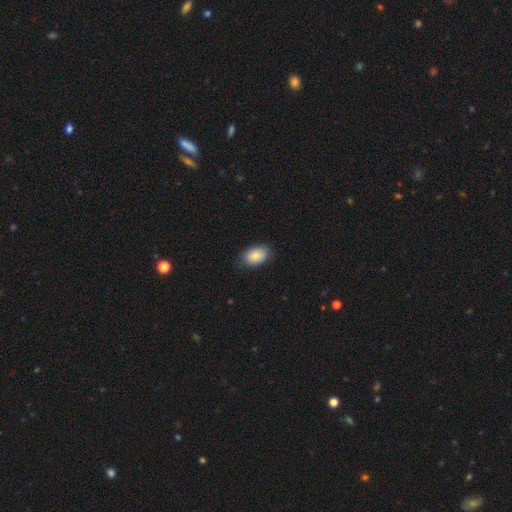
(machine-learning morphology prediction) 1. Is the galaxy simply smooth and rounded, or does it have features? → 87% smooth, 7% star or artifact, 6% featured or disk.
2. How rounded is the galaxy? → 88% in between, 11% round, 1% cigar-shaped.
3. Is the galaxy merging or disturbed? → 80% none, 16% minor disturbance, 3% major disturbance, 1% merger.